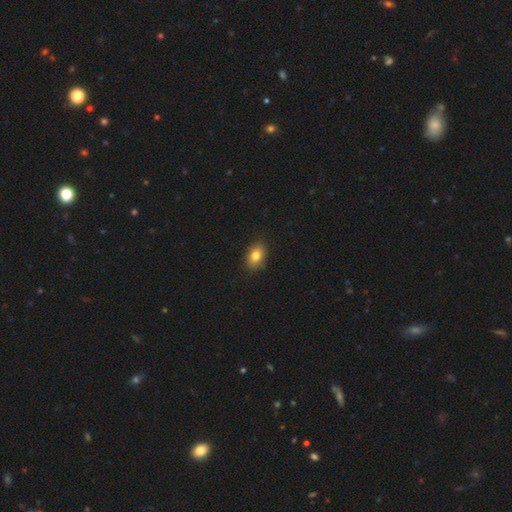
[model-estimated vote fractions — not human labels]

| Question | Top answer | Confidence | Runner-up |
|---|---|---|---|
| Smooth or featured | smooth | 81% | featured or disk (10%) |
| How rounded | in between | 76% | round (22%) |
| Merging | none | 86% | minor disturbance (11%) |